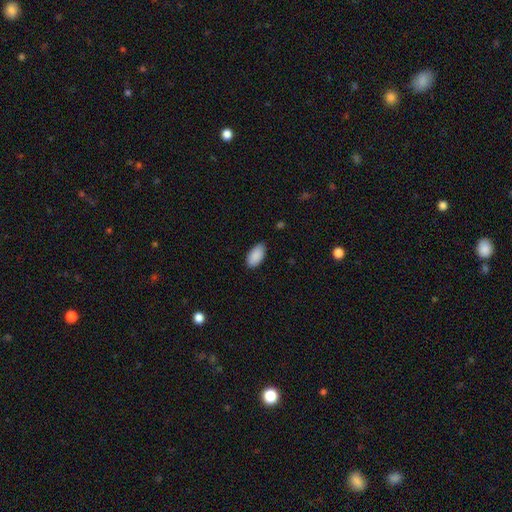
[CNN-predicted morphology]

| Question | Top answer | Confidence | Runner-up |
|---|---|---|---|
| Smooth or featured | smooth | 90% | star or artifact (6%) |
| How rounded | in between | 95% | round (3%) |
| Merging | none | 81% | minor disturbance (16%) |